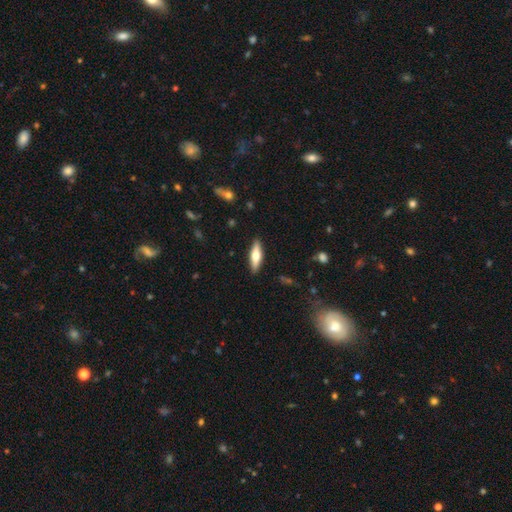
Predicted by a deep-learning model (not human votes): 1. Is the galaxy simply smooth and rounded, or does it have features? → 54% smooth, 41% featured or disk, 6% star or artifact.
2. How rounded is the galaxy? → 59% cigar-shaped, 39% in between, 2% round.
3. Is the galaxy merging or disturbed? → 89% none, 8% minor disturbance, 2% major disturbance, 1% merger.